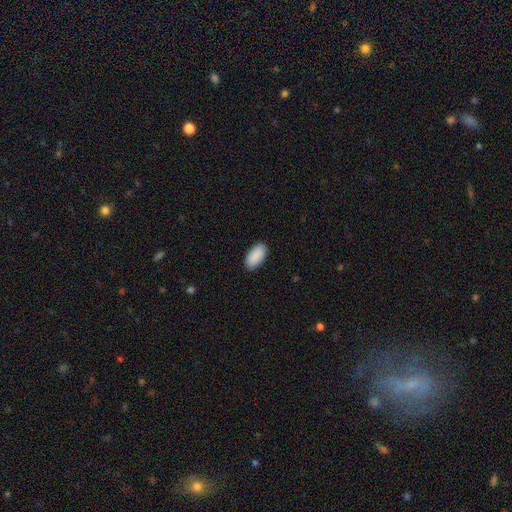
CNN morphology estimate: Smooth or featured? smooth (91%)
How rounded? in between (95%)
Merging? none (88%)